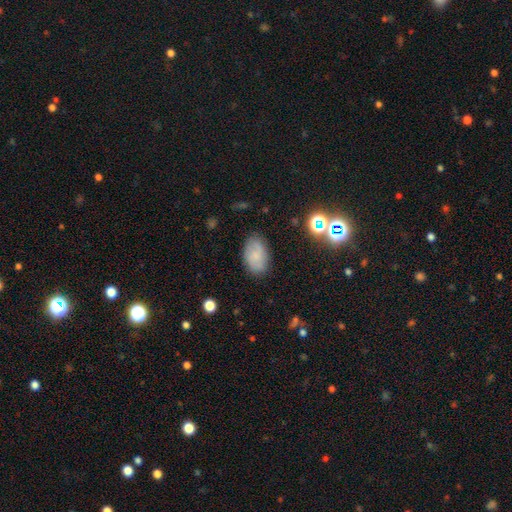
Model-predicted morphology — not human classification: A smooth galaxy with no disk features (63%) that is in between round and cigar-shaped (89%).

Vote fractions:
- Smooth or featured? smooth: 63% / featured or disk: 25% / star or artifact: 11%
- How rounded? in between: 89% / round: 10% / cigar-shaped: 1%
- Merging? none: 80% / minor disturbance: 15% / major disturbance: 4% / merger: 2%